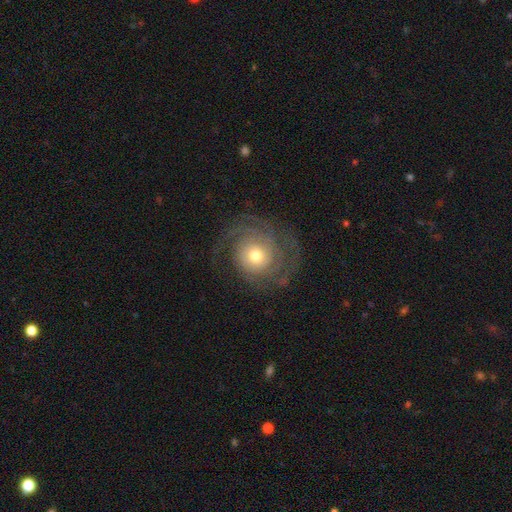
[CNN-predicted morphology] A featured or disk galaxy (77%) with no bar (81%), tight (58%) spiral arms (92%) and a moderate central bulge (65%).

Vote fractions:
- Smooth or featured? featured or disk: 77% / smooth: 16% / star or artifact: 7%
- Edge-on disk? no: 97% / yes: 3%
- Bar? no: 81% / weak: 16% / strong: 3%
- Spiral arms? yes: 92% / no: 8%
- Spiral winding? tight: 58% / medium: 29% / loose: 13%
- Spiral arm count? can't tell: 31% / 2: 26% / 3: 19% / 4: 9% / 1: 8% / more than 4: 7%
- Bulge size? moderate: 65% / small: 21% / large: 12% / dominant: 2% / none: 1%
- Merging? none: 71% / major disturbance: 14% / minor disturbance: 14% / merger: 1%